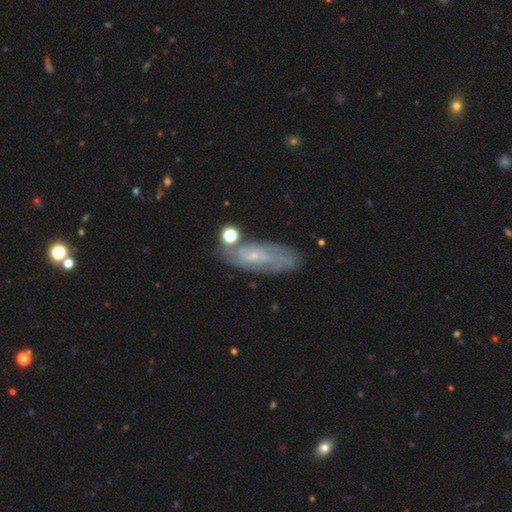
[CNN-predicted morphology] Smooth or featured? Predicted: featured or disk (p=0.63). Edge-on disk? Predicted: no (p=0.84). Bar? Predicted: no (p=0.67). Spiral arms? Predicted: yes (p=0.75). Bulge size? Predicted: small (p=0.79). Merging? Predicted: none (p=0.66).